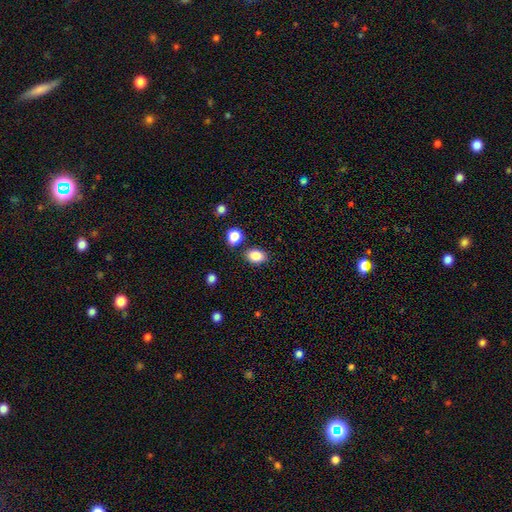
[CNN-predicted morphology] smooth_or_featured: smooth (p=0.85) [alt: star or artifact p=0.10]
how_rounded: in between (p=0.75) [alt: round p=0.24]
merging: none (p=0.83) [alt: minor disturbance p=0.10]